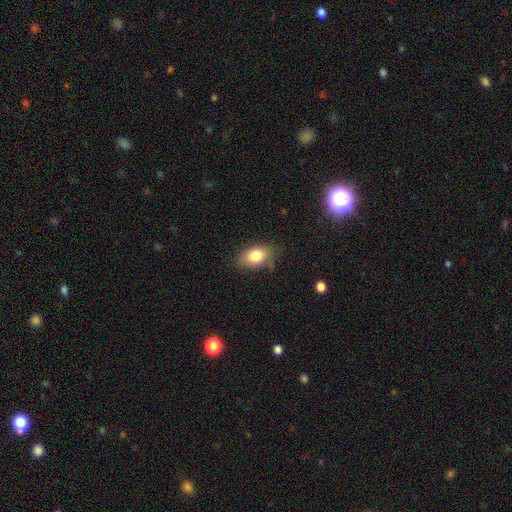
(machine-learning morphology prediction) smooth-or-featured: smooth: 81% | featured or disk: 10% | star or artifact: 8%
  how-rounded: in between: 87% | round: 11% | cigar-shaped: 2%
  merging: none: 75% | minor disturbance: 19% | major disturbance: 4% | merger: 2%